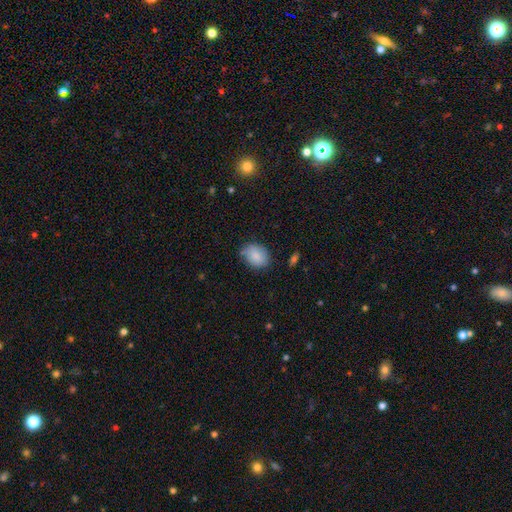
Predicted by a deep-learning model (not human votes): This appears to be a smooth galaxy with no disk features (82%) that is in between round and cigar-shaped (62%). Merging: none (63%).